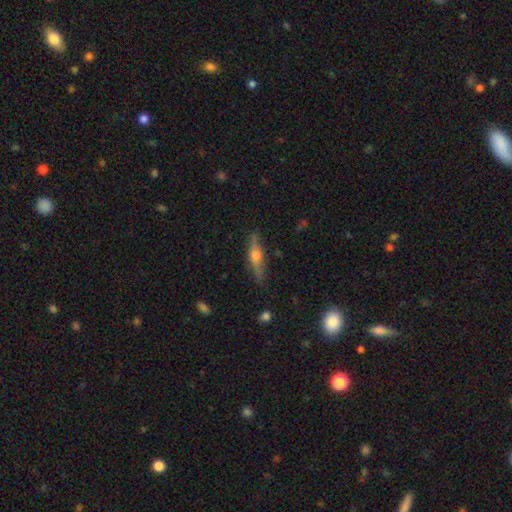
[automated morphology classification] The model was most divided on "smooth or featured": featured or disk: 62%, smooth: 31%, star or artifact: 7%. More confident: edge-on disk — yes (94%); edge-on bulge — rounded (90%); merging — none (82%).